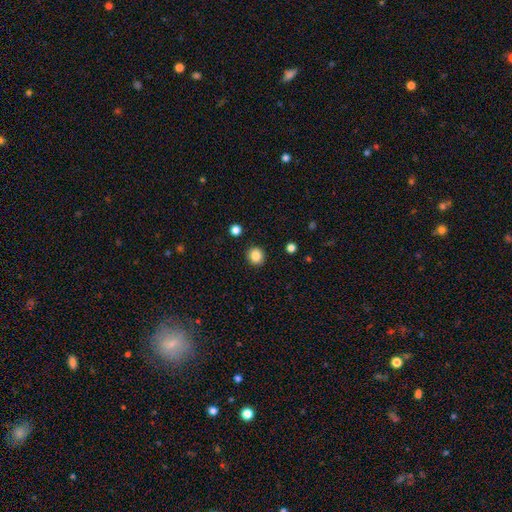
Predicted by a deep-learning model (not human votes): Smooth or featured? Predicted: smooth (p=0.87). How rounded? Predicted: round (p=0.90). Merging? Predicted: none (p=0.91).